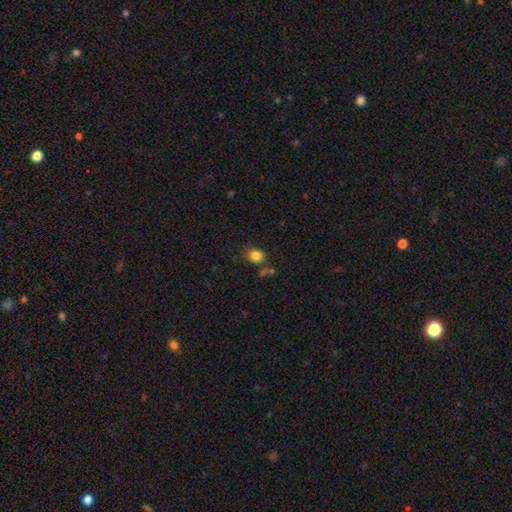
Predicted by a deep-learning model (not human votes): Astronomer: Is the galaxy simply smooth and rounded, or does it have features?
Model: smooth — 83%.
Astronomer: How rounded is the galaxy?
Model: round — 58% (runner-up: in between, 41%).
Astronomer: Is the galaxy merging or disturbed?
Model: none — 74%.